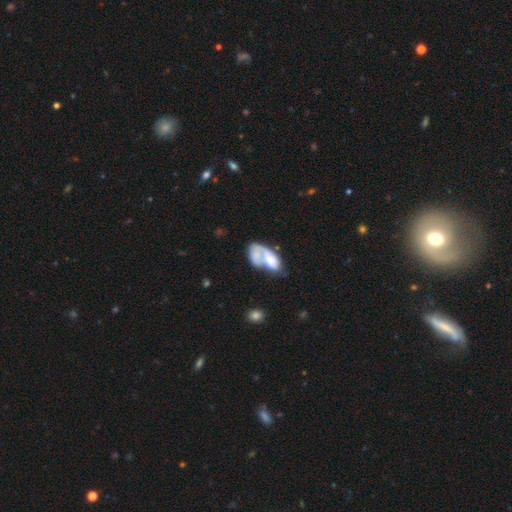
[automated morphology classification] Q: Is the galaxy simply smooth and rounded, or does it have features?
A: smooth — 54%.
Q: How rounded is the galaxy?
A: in between — 91%.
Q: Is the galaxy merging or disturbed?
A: merger — 44%.